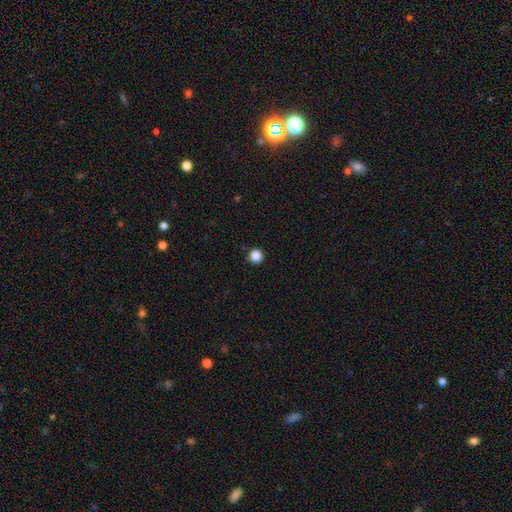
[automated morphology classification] Smooth or featured? Predicted: smooth (p=0.86). How rounded? Predicted: round (p=0.94). Merging? Predicted: none (p=0.90).